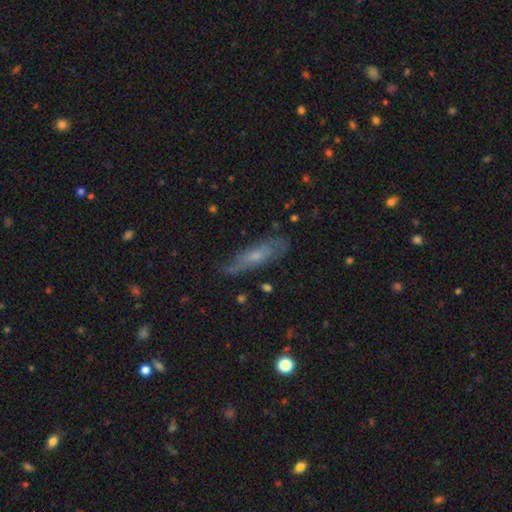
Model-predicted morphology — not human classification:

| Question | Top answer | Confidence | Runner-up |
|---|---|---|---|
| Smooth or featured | featured or disk | 52% | smooth (39%) |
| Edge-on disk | no | 57% | yes (43%) |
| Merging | none | 70% | minor disturbance (21%) |